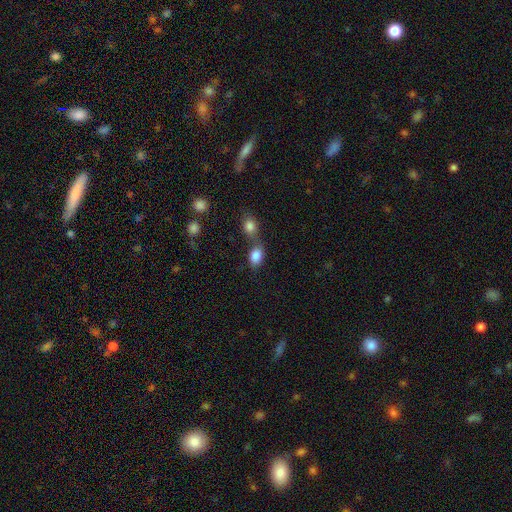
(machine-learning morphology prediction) Smooth or featured? Predicted: smooth (p=0.85). How rounded? Predicted: in between (p=0.78). Merging? Predicted: merger (p=0.48).